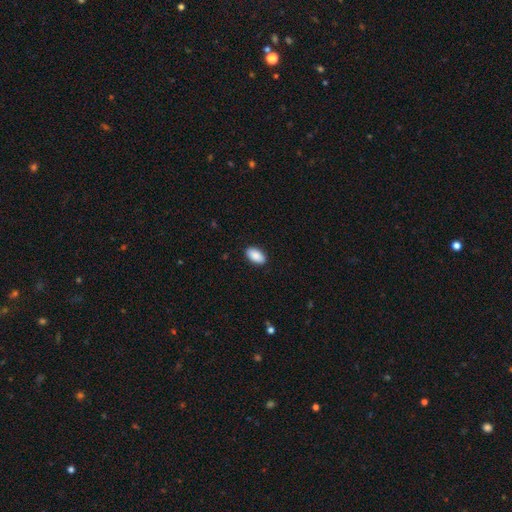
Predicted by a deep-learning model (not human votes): Smooth or featured? smooth (90%)
How rounded? in between (95%)
Merging? none (89%)